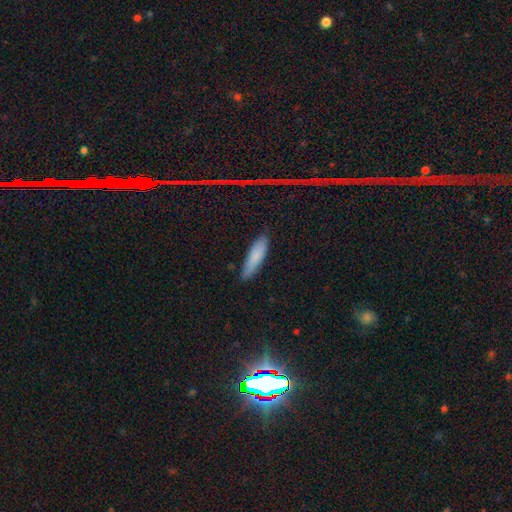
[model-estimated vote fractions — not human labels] A smooth galaxy with no disk features (81%) that is cigar-shaped (69%). Merging: none (84%).